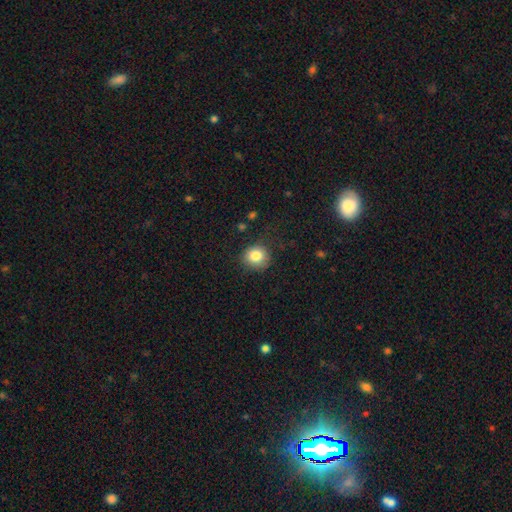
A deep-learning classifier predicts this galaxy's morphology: Smooth or featured: smooth — 83% (star or artifact — 10%)
How rounded: round — 81% (in between — 18%)
Merging: none — 79% (minor disturbance — 15%)